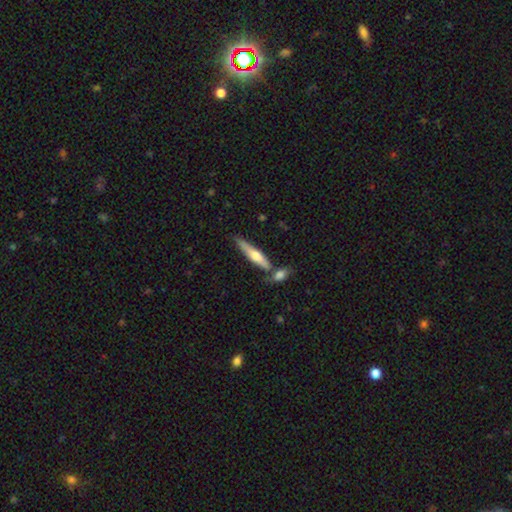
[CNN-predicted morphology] This is possibly a smooth galaxy (50%). How rounded: clearly cigar-shaped (83%). Merging: likely none (62%).